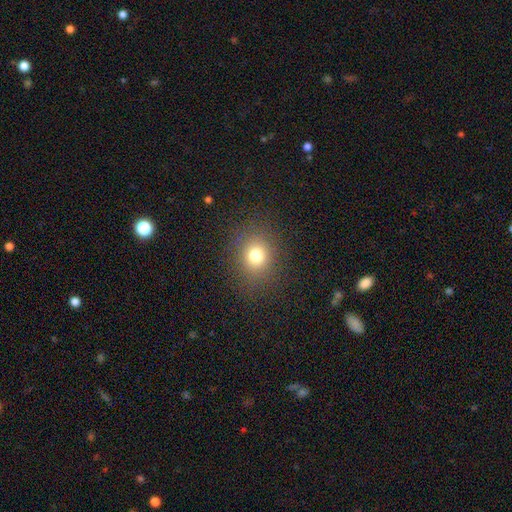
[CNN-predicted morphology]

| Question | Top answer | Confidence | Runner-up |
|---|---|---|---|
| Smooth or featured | smooth | 76% | star or artifact (15%) |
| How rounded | round | 69% | in between (30%) |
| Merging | none | 87% | minor disturbance (8%) |